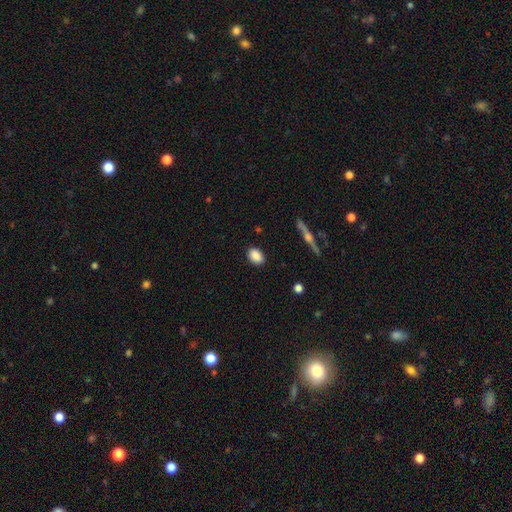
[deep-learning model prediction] Smooth or featured? smooth (87%)
How rounded? in between (77%)
Merging? none (88%)